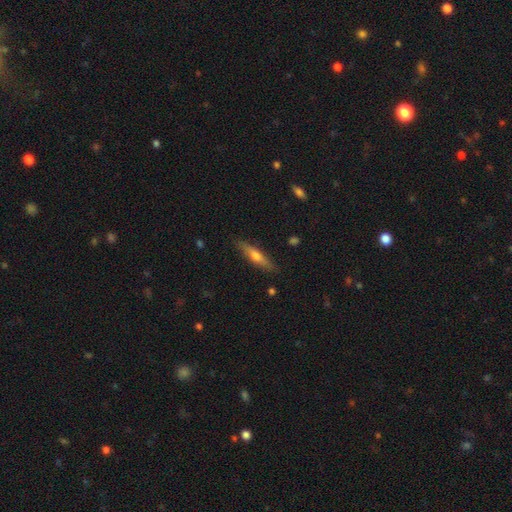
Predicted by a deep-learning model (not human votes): Smooth or featured? smooth (49%)
Merging? none (86%)